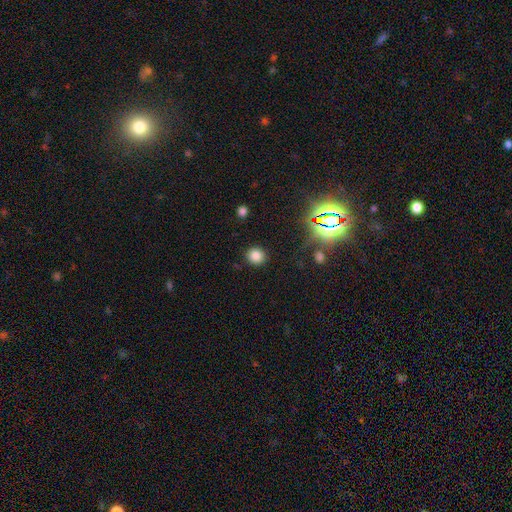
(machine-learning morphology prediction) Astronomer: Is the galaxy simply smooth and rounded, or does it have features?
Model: smooth — 80%.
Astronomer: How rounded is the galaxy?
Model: round — 88%.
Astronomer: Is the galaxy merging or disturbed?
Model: none — 89%.